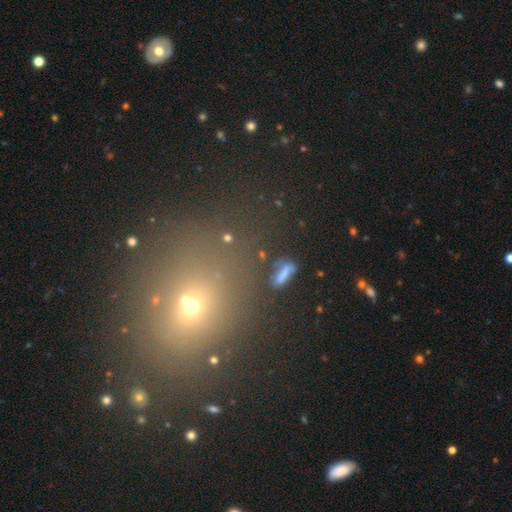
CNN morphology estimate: This appears to be a smooth galaxy with no disk features (44%, tied with star or artifact). Merging: none (75%).